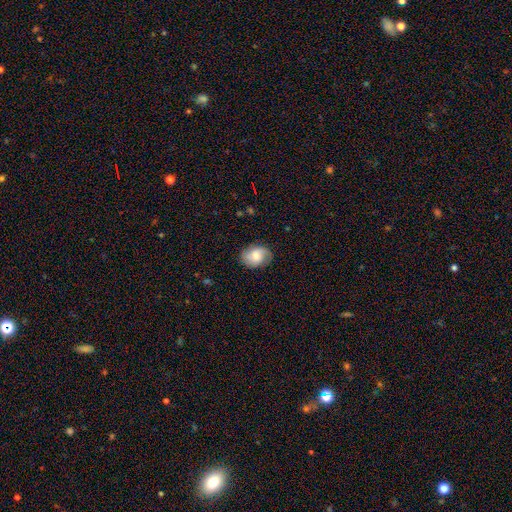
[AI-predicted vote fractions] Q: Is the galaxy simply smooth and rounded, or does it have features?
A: smooth — 51%.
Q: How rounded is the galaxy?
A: in between — 64%.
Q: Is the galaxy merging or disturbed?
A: none — 78%.